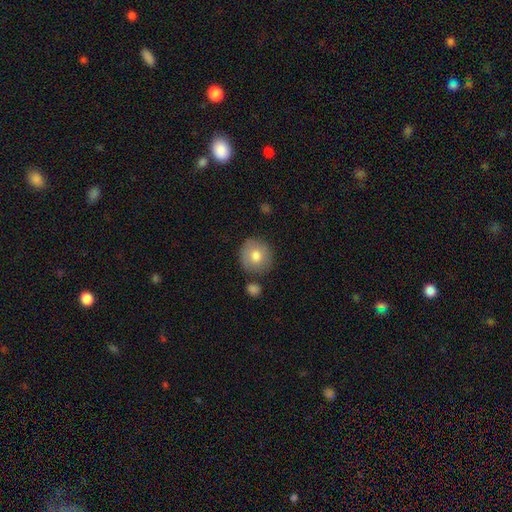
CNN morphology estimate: Q: Smooth or featured?
A: smooth (77%); runner-up: featured or disk (16%)
Q: How rounded?
A: round (90%); runner-up: in between (9%)
Q: Merging?
A: none (78%); runner-up: minor disturbance (13%)